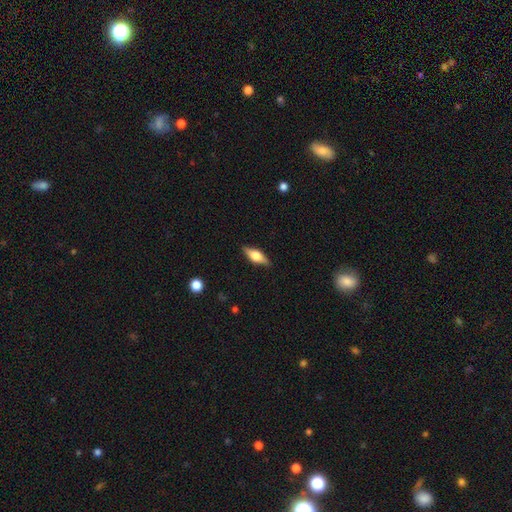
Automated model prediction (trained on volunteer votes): This appears to be a featured or disk galaxy (48%). Merging: none (86%).